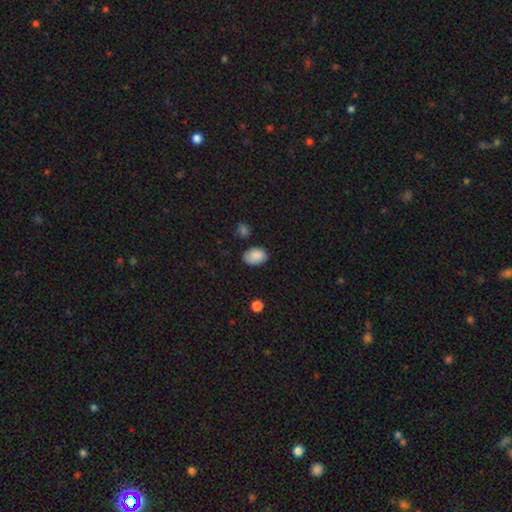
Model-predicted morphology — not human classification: A smooth galaxy with no disk features (86%) that is in between round and cigar-shaped (84%). Merging: none (72%).